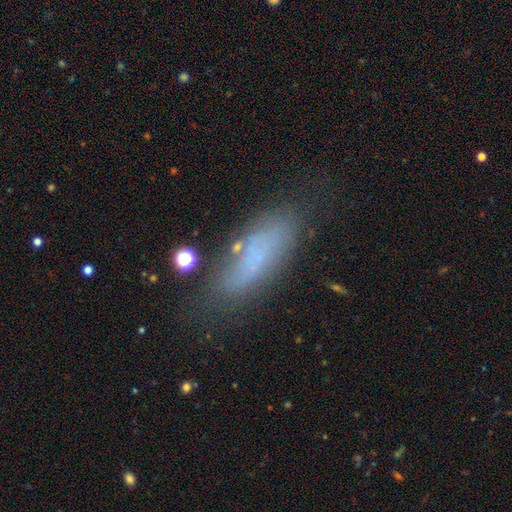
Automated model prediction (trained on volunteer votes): Morphology: type=smooth (63%); roundness=in between (55%); merging=none (66%).